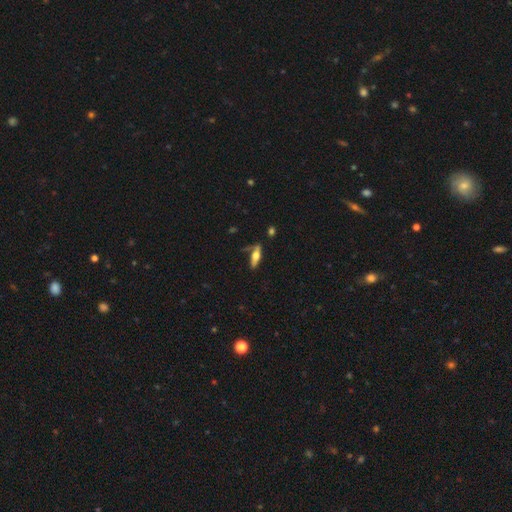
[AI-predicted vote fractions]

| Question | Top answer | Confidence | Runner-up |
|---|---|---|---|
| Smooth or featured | featured or disk | 47% | smooth (46%) |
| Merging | none | 65% | minor disturbance (20%) |